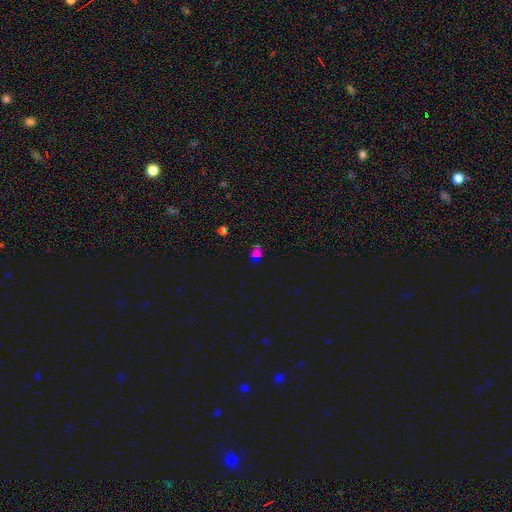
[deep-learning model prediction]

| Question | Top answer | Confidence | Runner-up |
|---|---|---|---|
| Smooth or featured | smooth | 49% | star or artifact (43%) |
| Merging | none | 64% | minor disturbance (20%) |